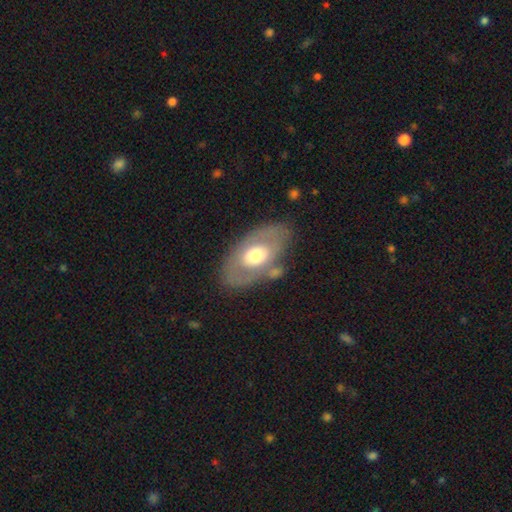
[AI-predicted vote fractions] smooth-or-featured: featured or disk: 48% | smooth: 46% | star or artifact: 6%
  merging: none: 70% | minor disturbance: 16% | major disturbance: 7% | merger: 7%